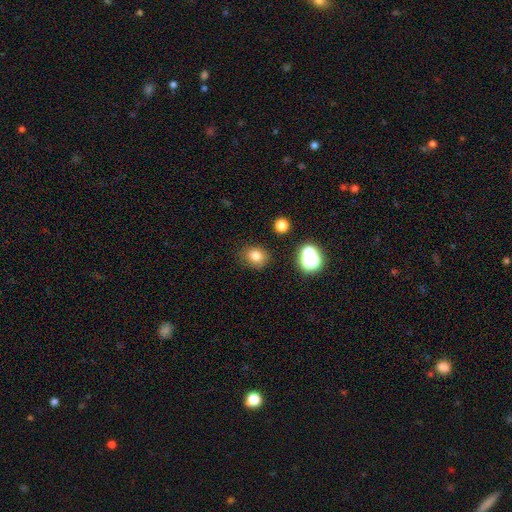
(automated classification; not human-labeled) Smooth or featured? Predicted: smooth (p=0.80). How rounded? Predicted: round (p=0.61). Merging? Predicted: none (p=0.78).